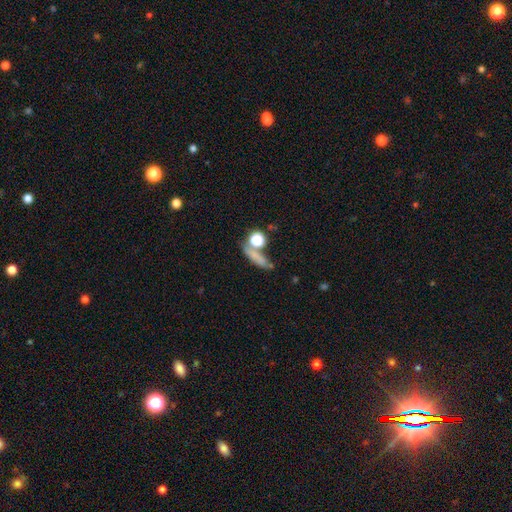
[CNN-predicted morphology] smooth_or_featured: smooth (p=0.67) [alt: featured or disk p=0.17]
how_rounded: cigar-shaped (p=0.46) [alt: in between p=0.28]
merging: none (p=0.53) [alt: merger p=0.21]